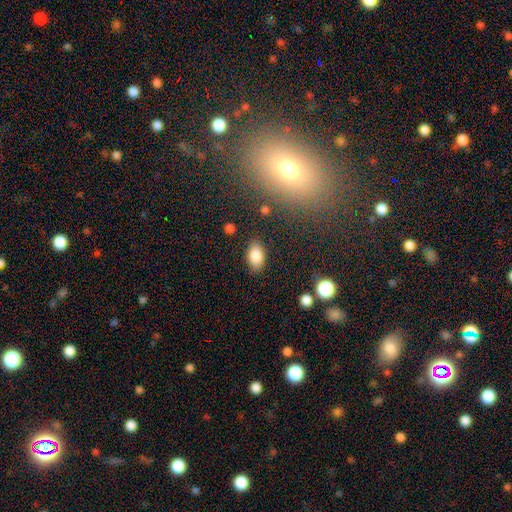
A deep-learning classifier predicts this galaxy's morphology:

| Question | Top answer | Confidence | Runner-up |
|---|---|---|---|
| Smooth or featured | smooth | 85% | star or artifact (8%) |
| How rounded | in between | 90% | round (9%) |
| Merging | none | 84% | minor disturbance (11%) |